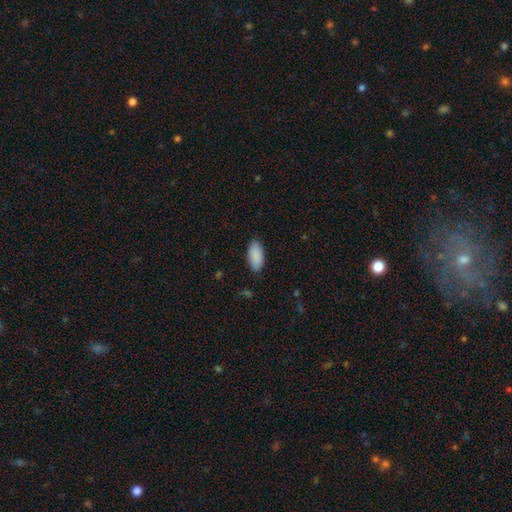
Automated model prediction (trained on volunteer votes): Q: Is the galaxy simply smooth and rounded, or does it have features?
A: smooth — 90%.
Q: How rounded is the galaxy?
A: in between — 93%.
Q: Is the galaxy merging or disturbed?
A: none — 86%.